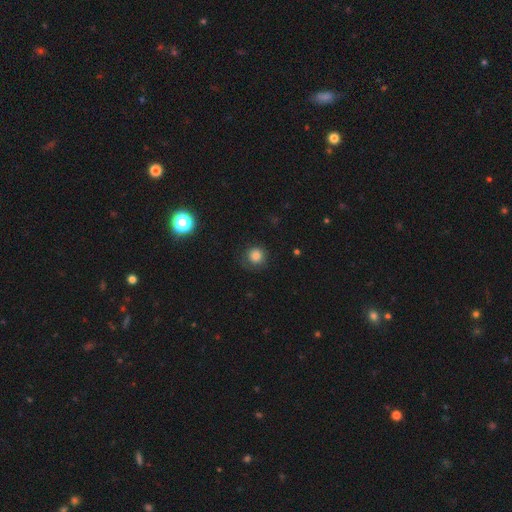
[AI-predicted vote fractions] Q: Smooth or featured?
A: smooth (82%); runner-up: star or artifact (12%)
Q: How rounded?
A: round (92%); runner-up: in between (7%)
Q: Merging?
A: none (77%); runner-up: minor disturbance (15%)